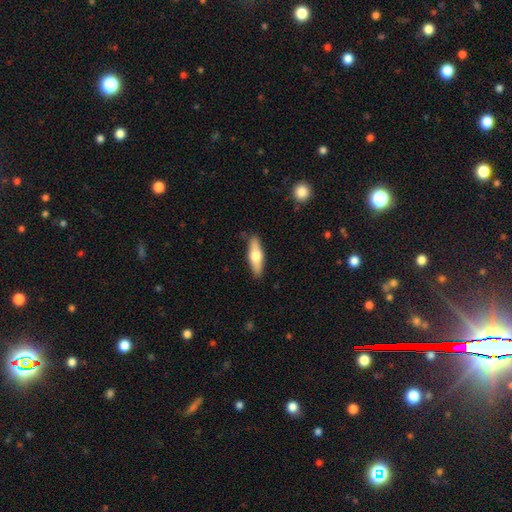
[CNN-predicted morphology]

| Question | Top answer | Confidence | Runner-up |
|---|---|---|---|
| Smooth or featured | smooth | 54% | featured or disk (40%) |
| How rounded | cigar-shaped | 51% | in between (47%) |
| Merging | none | 87% | minor disturbance (10%) |